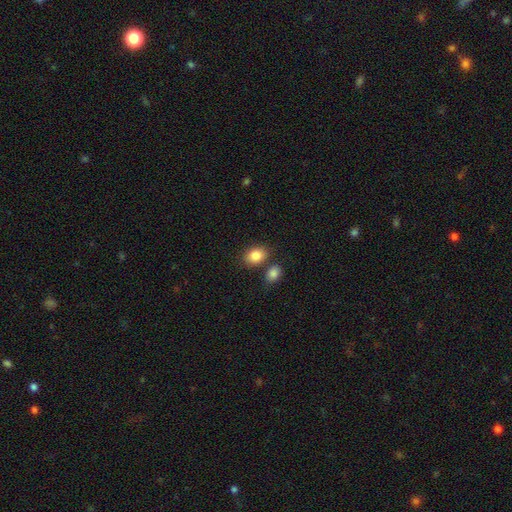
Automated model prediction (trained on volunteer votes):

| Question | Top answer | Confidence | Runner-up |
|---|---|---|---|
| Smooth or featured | smooth | 86% | star or artifact (8%) |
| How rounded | in between | 72% | round (27%) |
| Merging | none | 68% | merger (17%) |